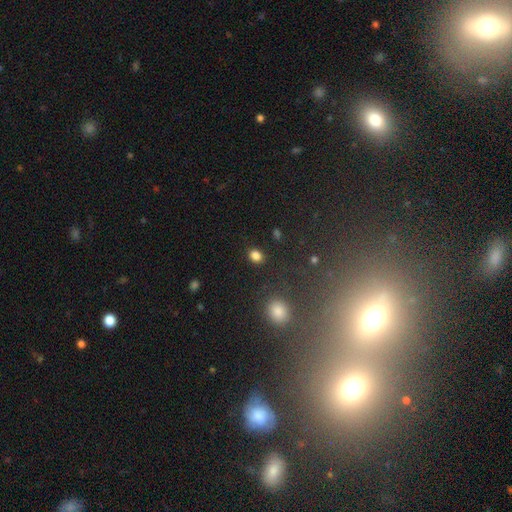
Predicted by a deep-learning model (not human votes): Morphology: type=smooth (84%); roundness=round (50%); merging=none (86%).